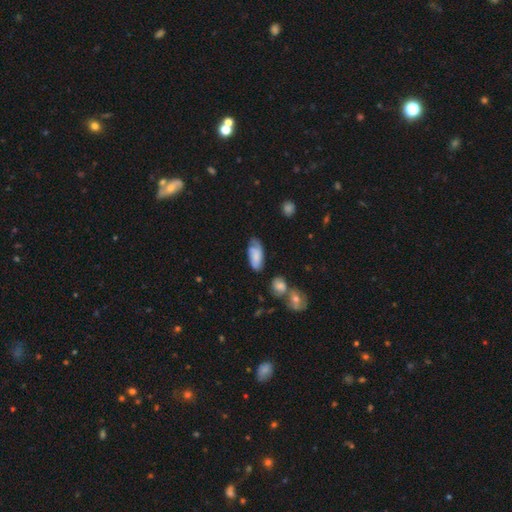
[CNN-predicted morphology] A smooth galaxy with no disk features (59%) that is in between round and cigar-shaped (86%). Merging: none (58%).